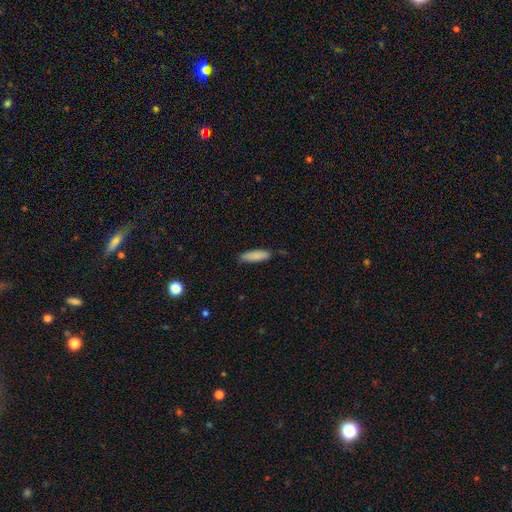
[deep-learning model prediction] smooth-or-featured: smooth: 86% | featured or disk: 8% | star or artifact: 6%
  how-rounded: cigar-shaped: 57% | in between: 42% | round: 1%
  merging: none: 81% | minor disturbance: 15% | major disturbance: 2% | merger: 2%